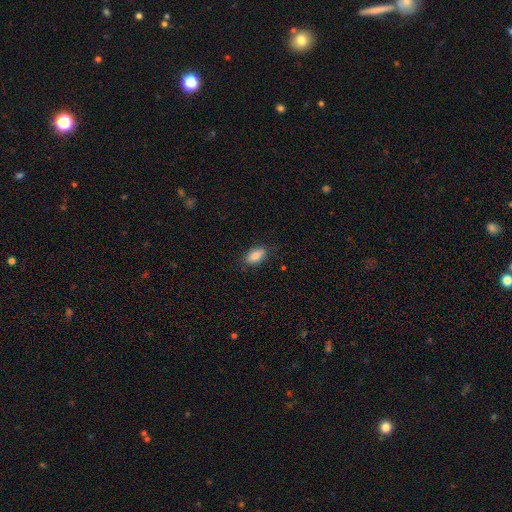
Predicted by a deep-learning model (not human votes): The model was most divided on "merging": none: 80%, minor disturbance: 16%, major disturbance: 3%, merger: 1%. More confident: how rounded — in between (91%); smooth or featured — smooth (84%).